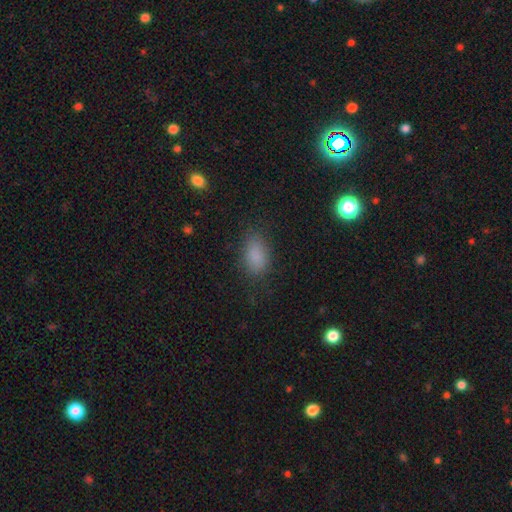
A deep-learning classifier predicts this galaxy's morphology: type=smooth (84%); roundness=in between (89%); merging=none (76%).